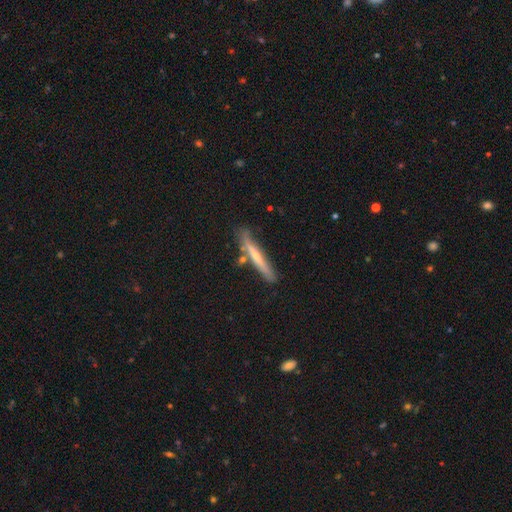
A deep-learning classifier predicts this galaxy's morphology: Smooth or featured? featured or disk (53%)
Edge-on disk? yes (91%)
Merging? none (76%)